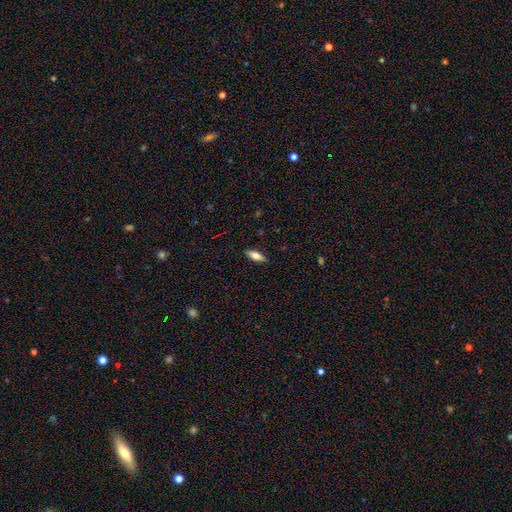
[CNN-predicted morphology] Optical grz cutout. It shows a smooth galaxy with no disk features (71%) that is in between round and cigar-shaped (68%). Merging: none (89%).